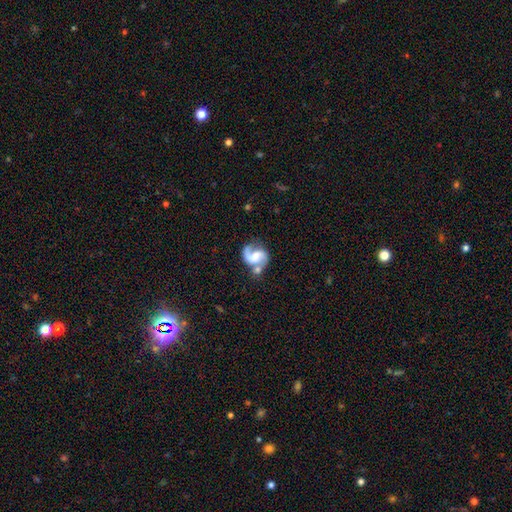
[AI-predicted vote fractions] Overall: featured or disk (85%). Edge-on disk: no (98%). Bar: no (44%; weak 42%). Spiral arms: yes (96%). Spiral arm count: 2 (87%). Spiral winding: medium (52%; loose 33%). Bulge size: moderate (44%; small 37%). Merging: none (53%; merger 20%).